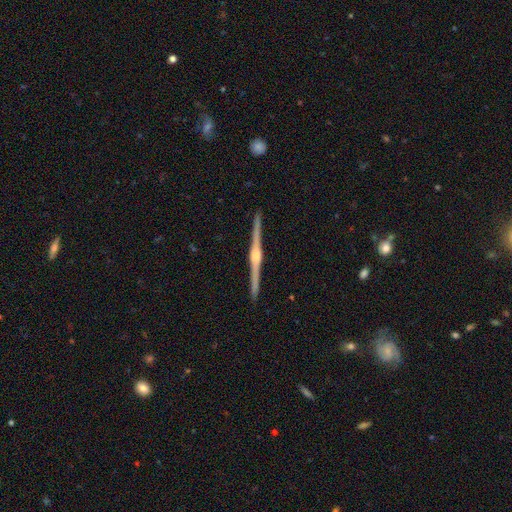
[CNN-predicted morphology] This appears to be a featured or disk galaxy (90%) viewed edge-on (99%) with a rounded central bulge (85%). Merging: none (93%).